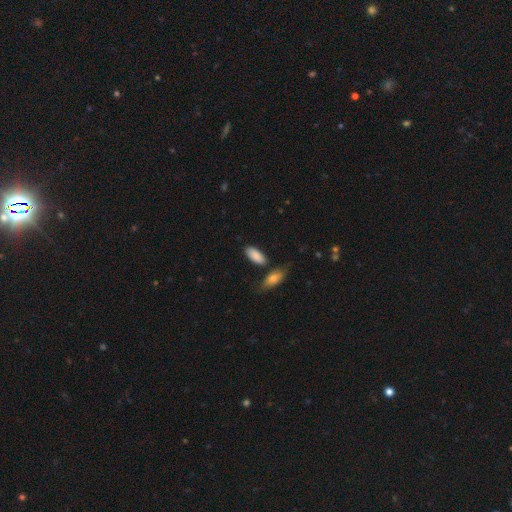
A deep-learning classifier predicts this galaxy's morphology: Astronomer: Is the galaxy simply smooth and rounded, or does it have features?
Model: smooth — 88%.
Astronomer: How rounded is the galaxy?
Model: in between — 88%.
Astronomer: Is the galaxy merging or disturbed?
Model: none — 71%.